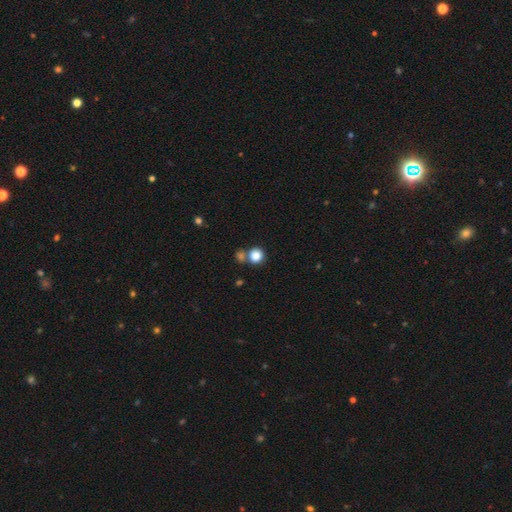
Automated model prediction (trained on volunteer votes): A smooth galaxy with no disk features (85%) that is round (88%).

Vote fractions:
- Smooth or featured? smooth: 85% / star or artifact: 10% / featured or disk: 5%
- How rounded? round: 88% / in between: 11% / cigar-shaped: 1%
- Merging? none: 59% / merger: 28% / minor disturbance: 9% / major disturbance: 4%